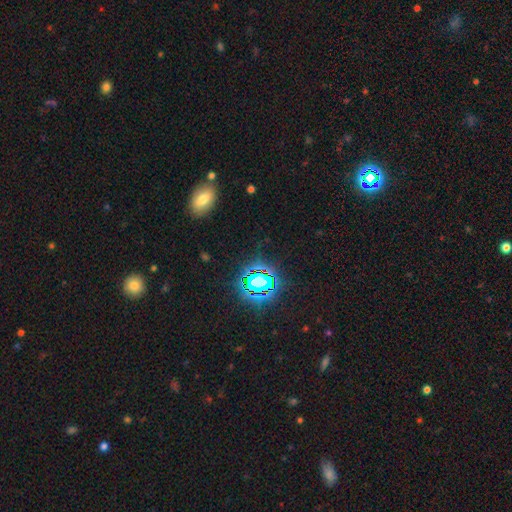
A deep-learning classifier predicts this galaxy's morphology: A star or artifact, not a galaxy (69%).

Vote fractions:
- Smooth or featured? star or artifact: 69% / smooth: 21% / featured or disk: 10%